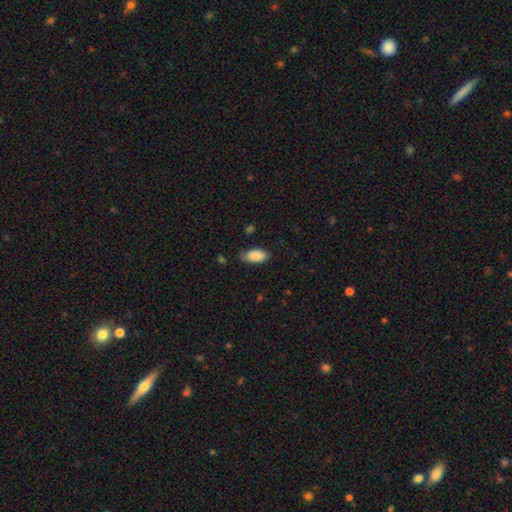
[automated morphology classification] smooth_or_featured: smooth (p=0.89) [alt: star or artifact p=0.06]
how_rounded: in between (p=0.92) [alt: cigar-shaped p=0.06]
merging: none (p=0.76) [alt: minor disturbance p=0.20]